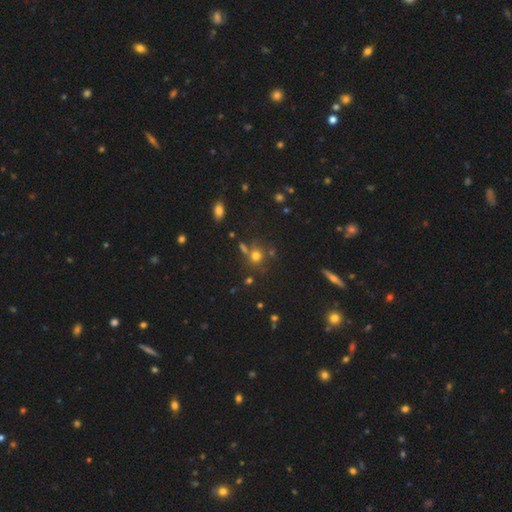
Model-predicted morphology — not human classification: Smooth or featured: smooth — 68% (star or artifact — 22%)
How rounded: round — 84% (in between — 14%)
Merging: none — 68% (merger — 16%)